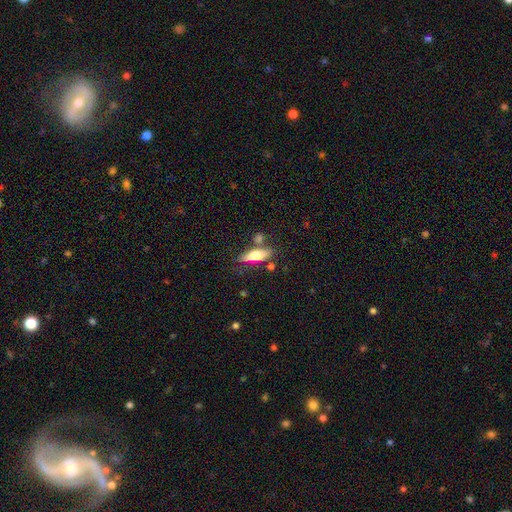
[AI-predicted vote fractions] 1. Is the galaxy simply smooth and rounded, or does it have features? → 61% smooth, 32% featured or disk, 7% star or artifact.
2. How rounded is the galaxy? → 49% cigar-shaped, 48% in between, 3% round.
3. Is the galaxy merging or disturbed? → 69% none, 15% minor disturbance, 12% merger, 4% major disturbance.